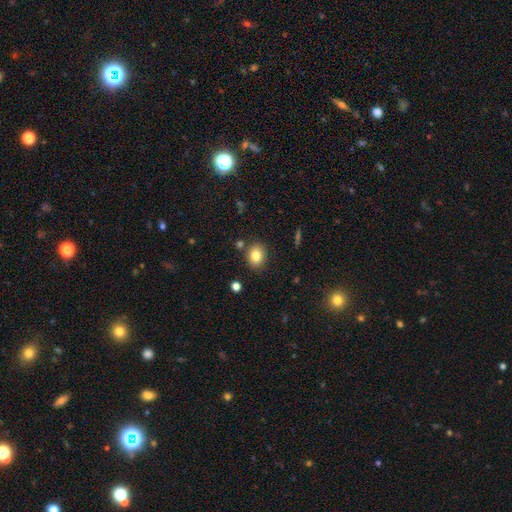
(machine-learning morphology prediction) Smooth or featured: smooth — 82% (star or artifact — 10%)
How rounded: round — 52% (in between — 47%)
Merging: none — 83% (minor disturbance — 10%)